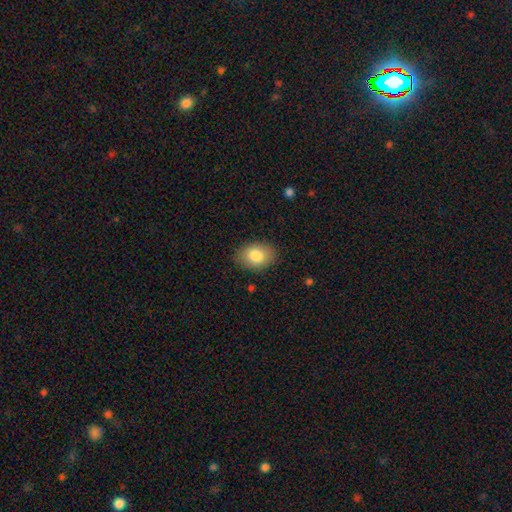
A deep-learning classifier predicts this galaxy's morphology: A smooth galaxy with no disk features (82%) that is in between round and cigar-shaped (80%).

Vote fractions:
- Smooth or featured? smooth: 82% / featured or disk: 11% / star or artifact: 7%
- How rounded? in between: 80% / round: 19% / cigar-shaped: 1%
- Merging? none: 86% / minor disturbance: 11% / major disturbance: 3% / merger: 1%